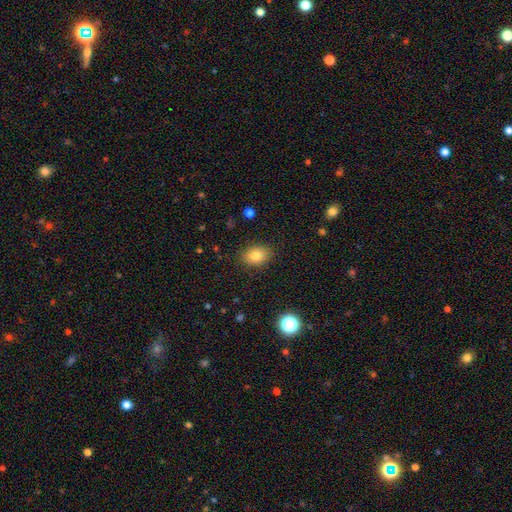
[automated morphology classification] type=smooth (82%); roundness=in between (71%); merging=none (86%).